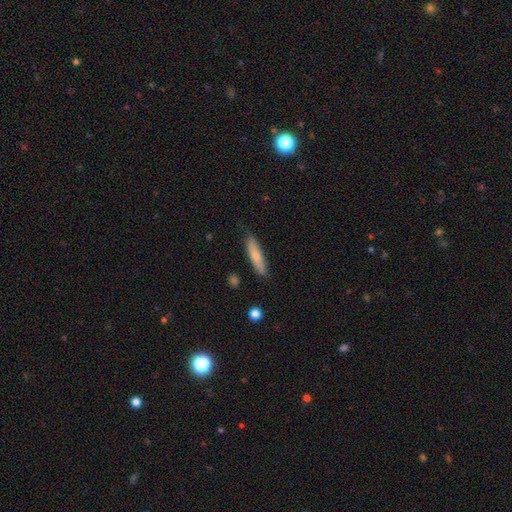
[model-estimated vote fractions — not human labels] This is likely a smooth galaxy (68%). How rounded: likely cigar-shaped (79%). Merging: clearly none (82%).